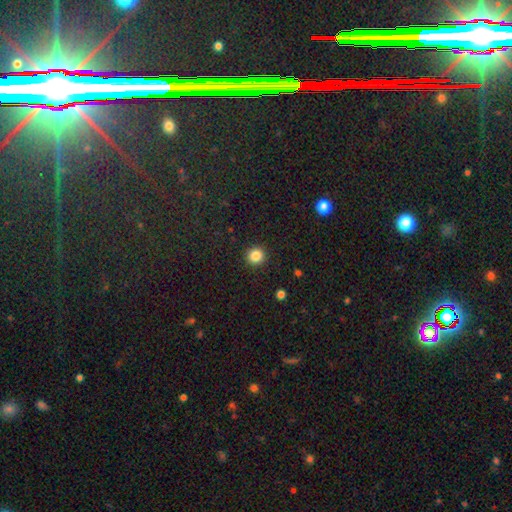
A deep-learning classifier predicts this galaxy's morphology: The model was most divided on "smooth or featured": smooth: 85%, star or artifact: 11%, featured or disk: 4%. More confident: how rounded — round (93%); merging — none (92%).